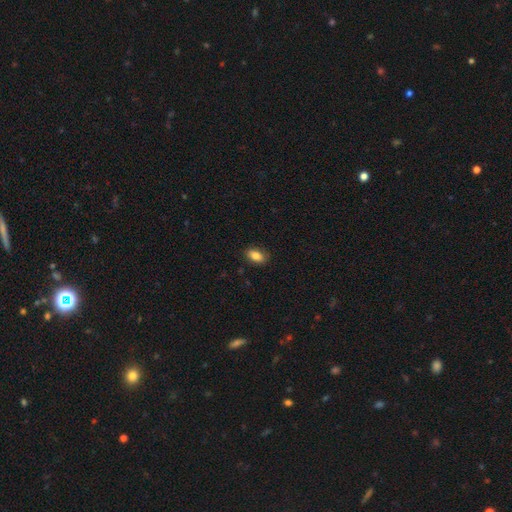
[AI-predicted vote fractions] Smooth or featured: smooth — 85% (star or artifact — 8%)
How rounded: in between — 89% (round — 8%)
Merging: none — 87% (minor disturbance — 10%)